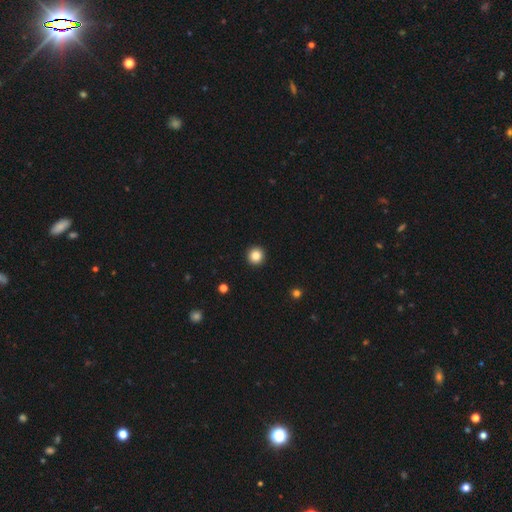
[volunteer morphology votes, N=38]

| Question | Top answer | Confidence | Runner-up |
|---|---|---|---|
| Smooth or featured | smooth | 92% | star or artifact (5%) |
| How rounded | round | 100% | — |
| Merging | none | 97% | minor disturbance (3%) |